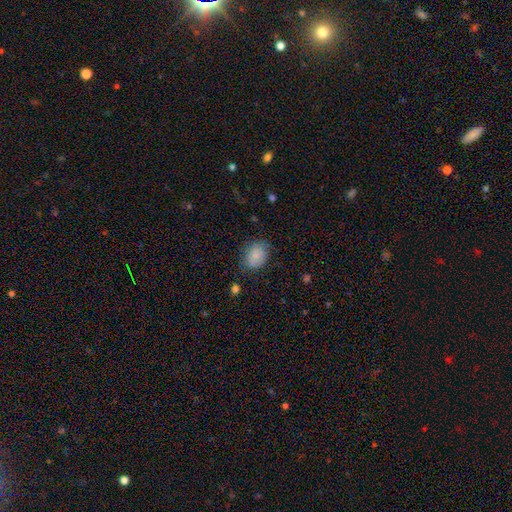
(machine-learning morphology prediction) Smooth or featured? smooth (84%)
How rounded? in between (69%)
Merging? none (72%)